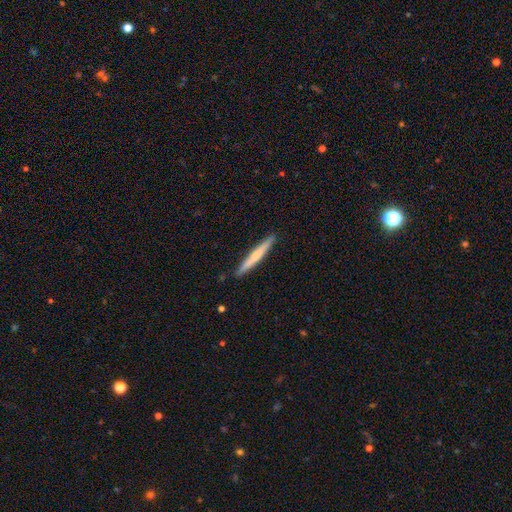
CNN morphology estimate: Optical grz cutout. It shows a smooth galaxy with no disk features (56%) that is cigar-shaped (96%). Merging: none (91%).